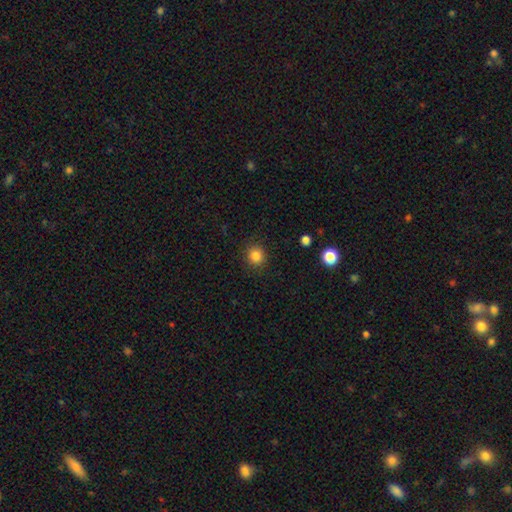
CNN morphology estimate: Q: Smooth or featured?
A: smooth (84%); runner-up: star or artifact (11%)
Q: How rounded?
A: round (90%); runner-up: in between (9%)
Q: Merging?
A: none (90%); runner-up: minor disturbance (7%)